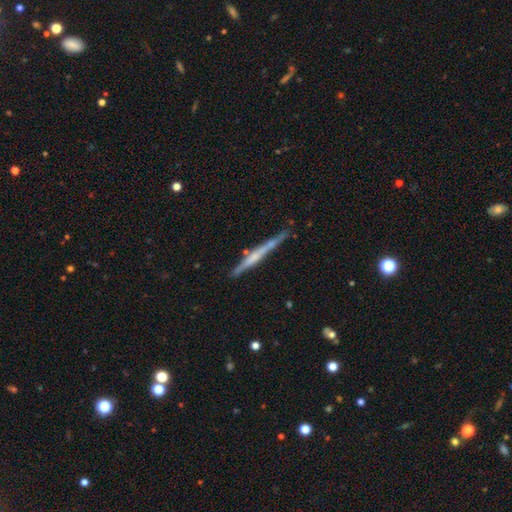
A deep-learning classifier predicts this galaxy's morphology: Smooth or featured?
  - featured or disk: 63% *
  - smooth: 31%
  - star or artifact: 6%
Edge-on disk?
  - yes: 97% *
  - no: 3%
Edge-on bulge?
  - none: 56% *
  - rounded: 31%
  - boxy: 14%
Merging?
  - none: 78% *
  - minor disturbance: 15%
  - merger: 4%
  - major disturbance: 3%